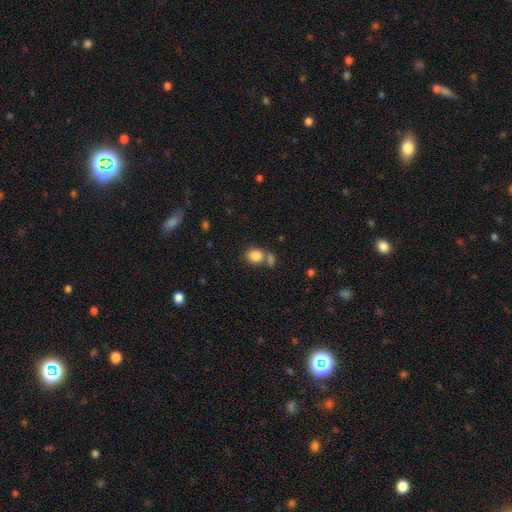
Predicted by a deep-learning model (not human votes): Smooth or featured? Predicted: smooth (p=0.85). How rounded? Predicted: round (p=0.59). Merging? Predicted: none (p=0.53).